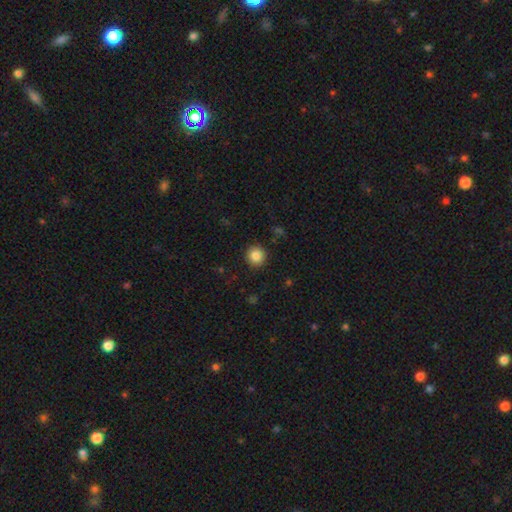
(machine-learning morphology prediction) smooth-or-featured: smooth: 86% | star or artifact: 10% | featured or disk: 4%
  how-rounded: round: 93% | in between: 6% | cigar-shaped: 1%
  merging: none: 91% | minor disturbance: 6% | major disturbance: 2% | merger: 1%